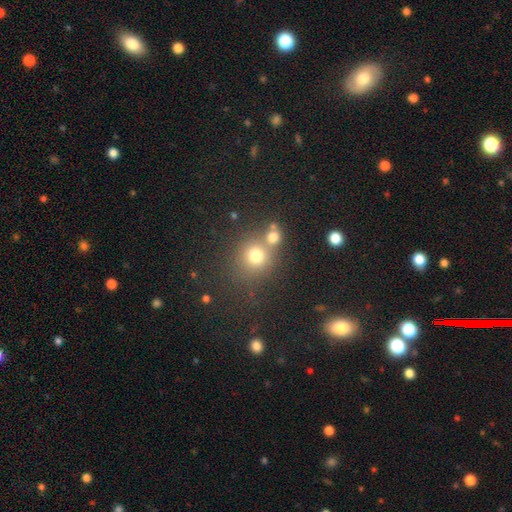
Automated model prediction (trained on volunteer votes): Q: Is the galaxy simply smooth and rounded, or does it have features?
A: smooth — 74%.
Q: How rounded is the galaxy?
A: round — 85%.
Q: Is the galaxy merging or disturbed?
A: none — 53%.